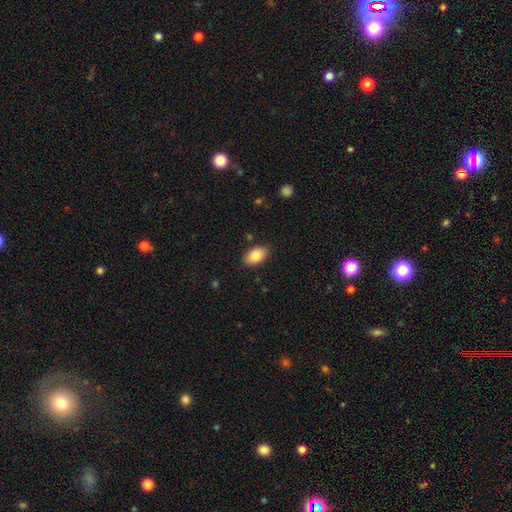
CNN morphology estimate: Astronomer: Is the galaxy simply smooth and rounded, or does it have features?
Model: smooth — 85%.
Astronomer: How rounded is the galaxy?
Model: in between — 91%.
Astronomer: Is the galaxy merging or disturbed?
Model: none — 86%.